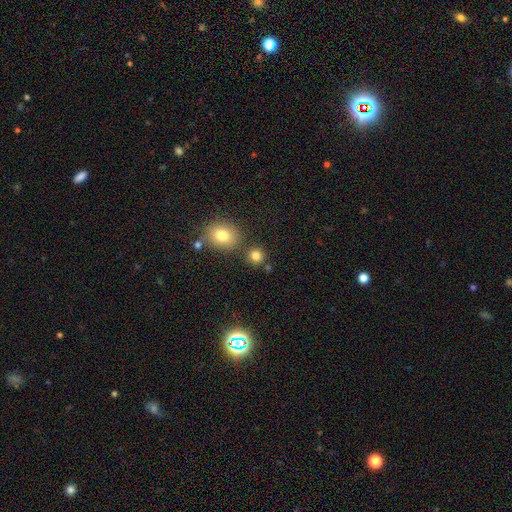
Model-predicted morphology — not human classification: Q: Smooth or featured?
A: smooth (81%); runner-up: star or artifact (14%)
Q: How rounded?
A: round (88%); runner-up: in between (11%)
Q: Merging?
A: none (78%); runner-up: merger (11%)